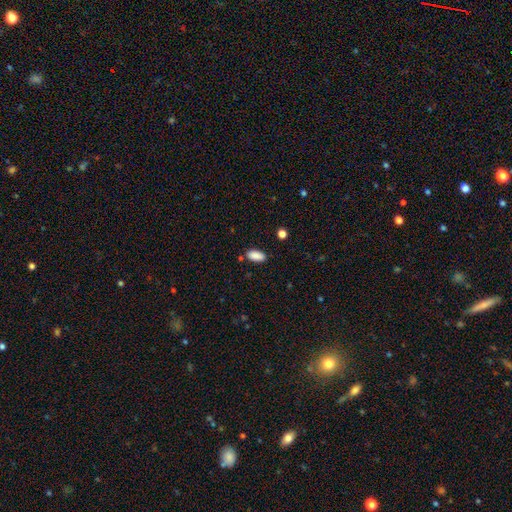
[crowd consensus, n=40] A smooth galaxy with no disk features (95%) that is in between round and cigar-shaped (92%).

Vote fractions:
- Smooth or featured? smooth: 95% / featured or disk: 2% / star or artifact: 2%
- How rounded? in between: 92% / cigar-shaped: 8% / round: 0%
- Merging? none: 85% / minor disturbance: 10% / major disturbance: 3% / merger: 3%